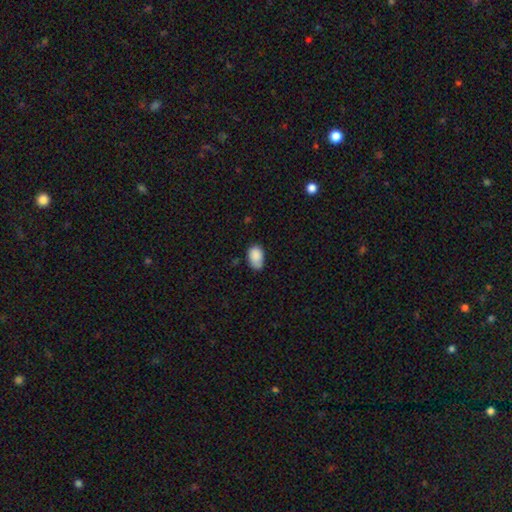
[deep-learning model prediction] A smooth galaxy with no disk features (87%) that is in between round and cigar-shaped (88%).

Vote fractions:
- Smooth or featured? smooth: 87% / star or artifact: 8% / featured or disk: 5%
- How rounded? in between: 88% / round: 11% / cigar-shaped: 1%
- Merging? none: 60% / minor disturbance: 31% / major disturbance: 6% / merger: 3%